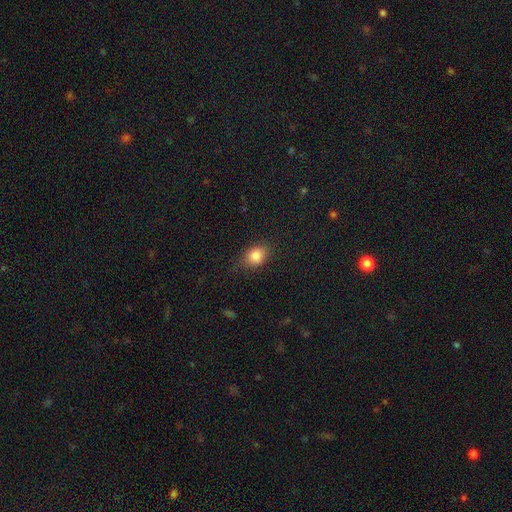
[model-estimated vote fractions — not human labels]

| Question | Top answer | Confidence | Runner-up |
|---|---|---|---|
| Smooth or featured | smooth | 84% | star or artifact (10%) |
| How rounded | in between | 62% | round (37%) |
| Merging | none | 76% | minor disturbance (18%) |